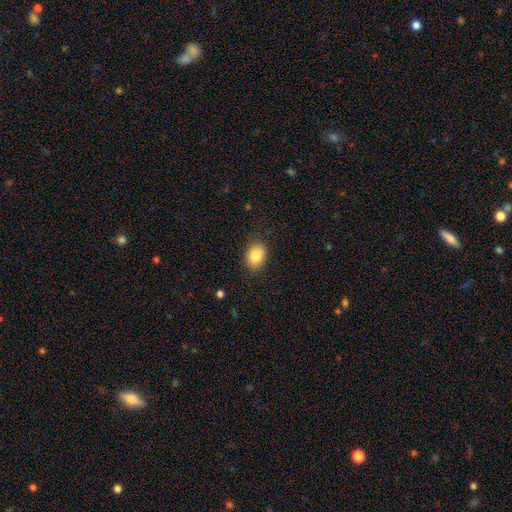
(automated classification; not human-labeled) smooth-or-featured: smooth: 85% | star or artifact: 8% | featured or disk: 7%
  how-rounded: in between: 71% | round: 28% | cigar-shaped: 1%
  merging: none: 83% | minor disturbance: 13% | major disturbance: 3% | merger: 1%